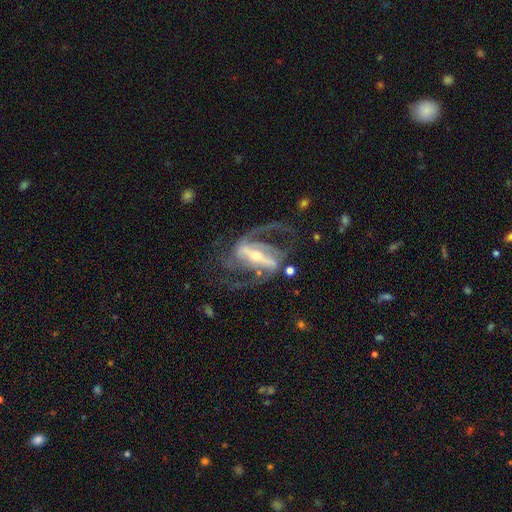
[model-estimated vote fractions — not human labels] Smooth or featured? Predicted: featured or disk (p=0.92). Edge-on disk? Predicted: no (p=0.95). Bar? Predicted: strong (p=0.76). Spiral arms? Predicted: yes (p=0.97). Spiral winding? Predicted: medium (p=0.52). Spiral arm count? Predicted: 2 (p=0.82). Bulge size? Predicted: small (p=0.57). Merging? Predicted: none (p=0.64).